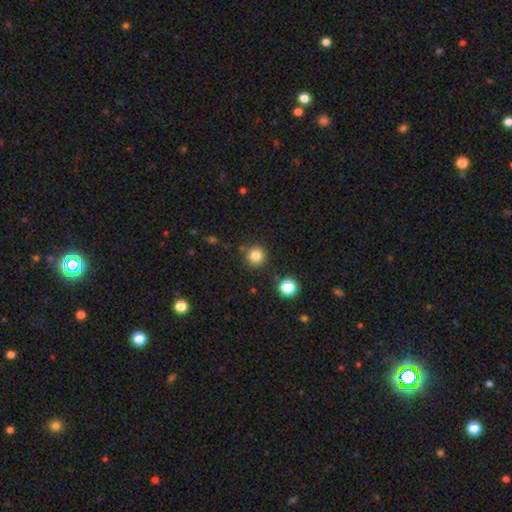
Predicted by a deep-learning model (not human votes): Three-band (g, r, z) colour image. It shows a smooth galaxy with no disk features (83%) that is round (94%). Merging: none (87%).